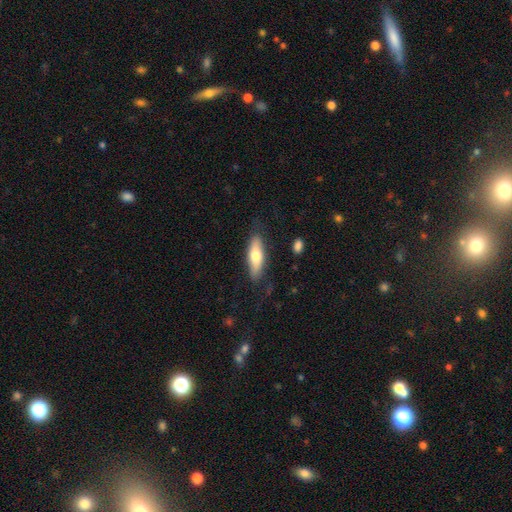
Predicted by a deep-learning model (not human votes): smooth 65%, featured or disk 29%, star or artifact 6%. Down the decision tree: how rounded — in between (51%); merging — none (81%).